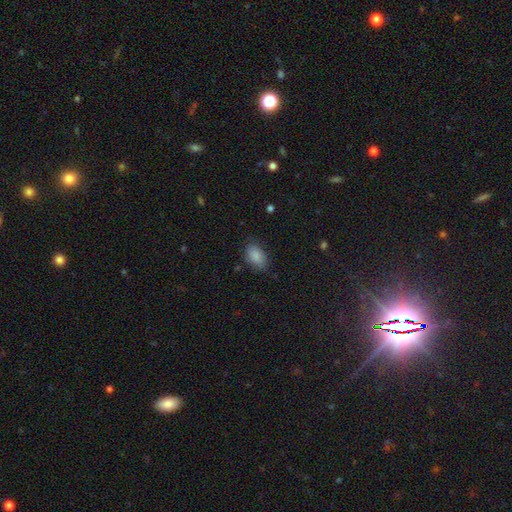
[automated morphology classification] smooth_or_featured: smooth (p=0.87) [alt: star or artifact p=0.07]
how_rounded: in between (p=0.90) [alt: round p=0.09]
merging: none (p=0.75) [alt: minor disturbance p=0.19]